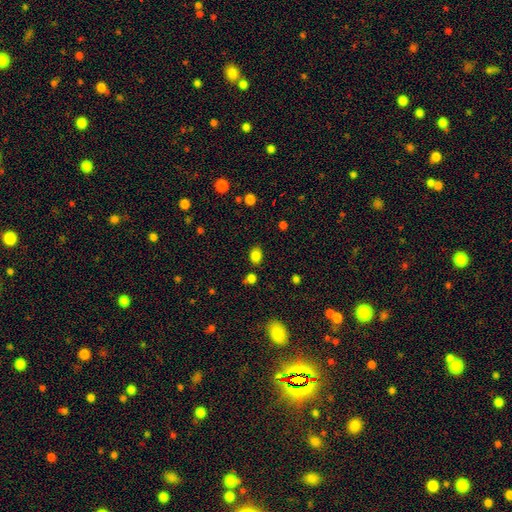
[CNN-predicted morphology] smooth-or-featured: smooth: 83% | star or artifact: 13% | featured or disk: 4%
  how-rounded: in between: 69% | round: 30% | cigar-shaped: 1%
  merging: none: 77% | minor disturbance: 14% | merger: 5% | major disturbance: 4%